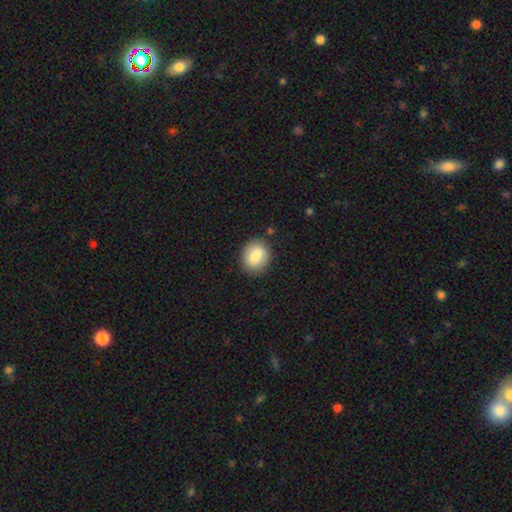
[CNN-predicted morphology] smooth 83%, featured or disk 10%, star or artifact 7%. Down the decision tree: how rounded — in between (50%); merging — none (82%).